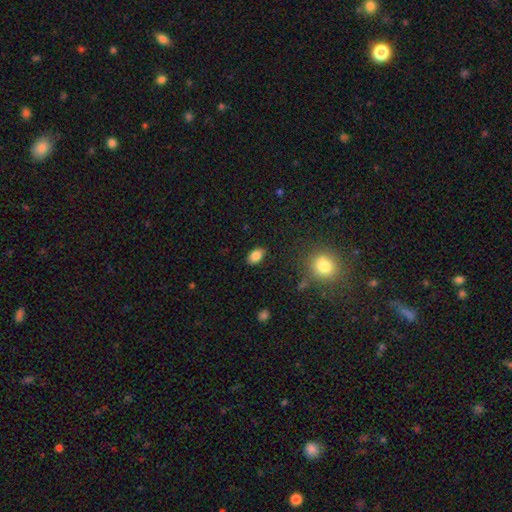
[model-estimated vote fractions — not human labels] smooth-or-featured: smooth: 84% | star or artifact: 9% | featured or disk: 7%
  how-rounded: in between: 88% | round: 10% | cigar-shaped: 2%
  merging: none: 87% | minor disturbance: 9% | major disturbance: 2% | merger: 1%